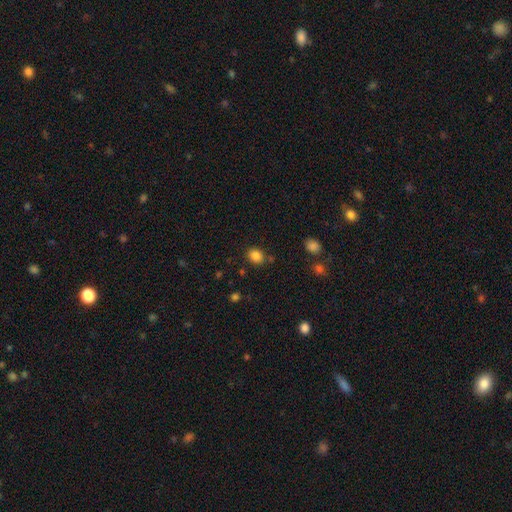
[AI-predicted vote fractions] The model was most divided on "how rounded": in between: 53%, round: 46%, cigar-shaped: 1%. More confident: smooth or featured — smooth (85%); merging — none (80%).